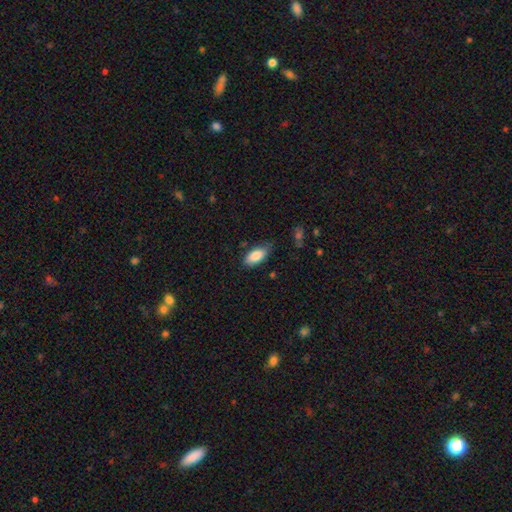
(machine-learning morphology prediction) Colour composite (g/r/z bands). It shows a smooth galaxy with no disk features (85%) that is in between round and cigar-shaped (89%). Merging: none (63%).